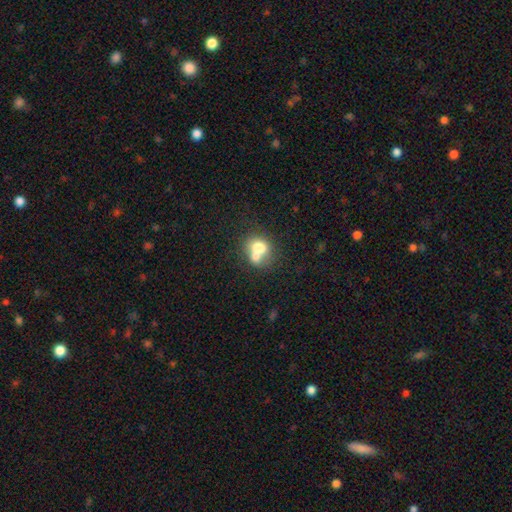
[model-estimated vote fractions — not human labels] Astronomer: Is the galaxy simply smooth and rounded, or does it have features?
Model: smooth — 69%.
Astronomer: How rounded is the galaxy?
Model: round — 58% (runner-up: in between, 41%).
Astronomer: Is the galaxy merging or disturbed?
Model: merger — 62%.